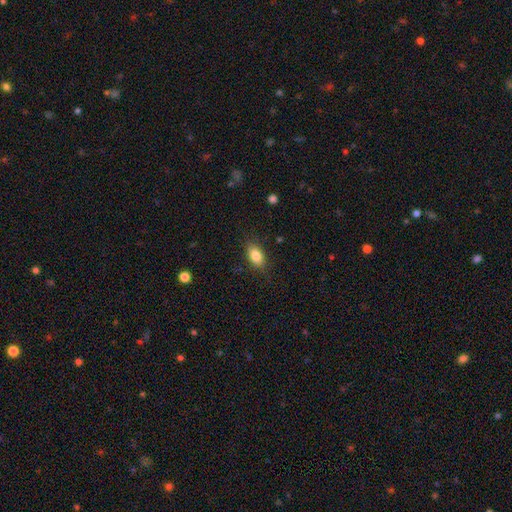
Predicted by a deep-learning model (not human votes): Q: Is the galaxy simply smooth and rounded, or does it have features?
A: smooth — 84%.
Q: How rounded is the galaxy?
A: in between — 87%.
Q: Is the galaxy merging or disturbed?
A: none — 83%.